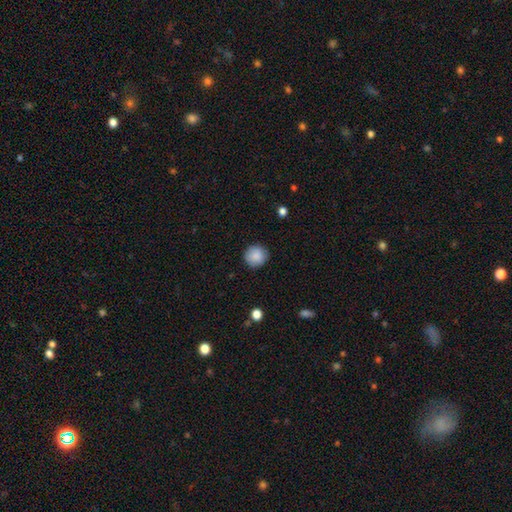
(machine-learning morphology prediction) type=smooth (89%); roundness=round (93%); merging=none (90%).